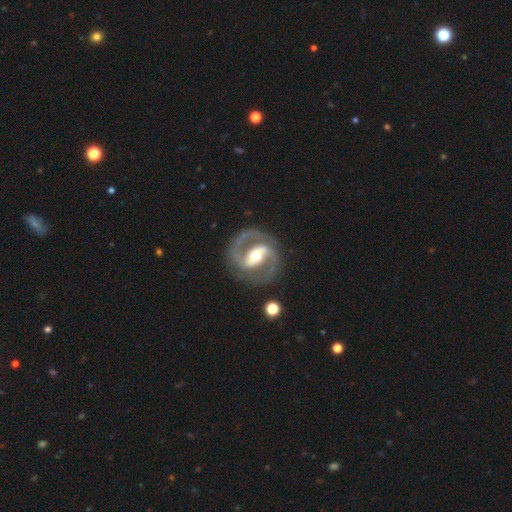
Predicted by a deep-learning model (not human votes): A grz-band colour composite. It shows a featured or disk galaxy (90%) with a strong bar (53%), 2 (93%) medium (61%) spiral arms (95%) and a moderate central bulge (70%). Merging: none (84%).